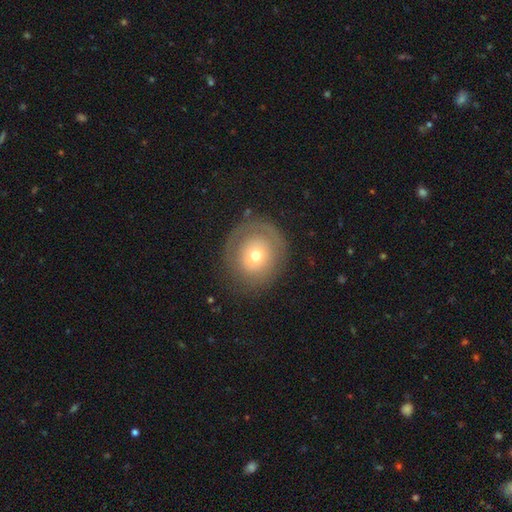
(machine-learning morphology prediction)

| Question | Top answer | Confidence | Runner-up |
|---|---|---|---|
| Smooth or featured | smooth | 49% | featured or disk (42%) |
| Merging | none | 64% | minor disturbance (15%) |